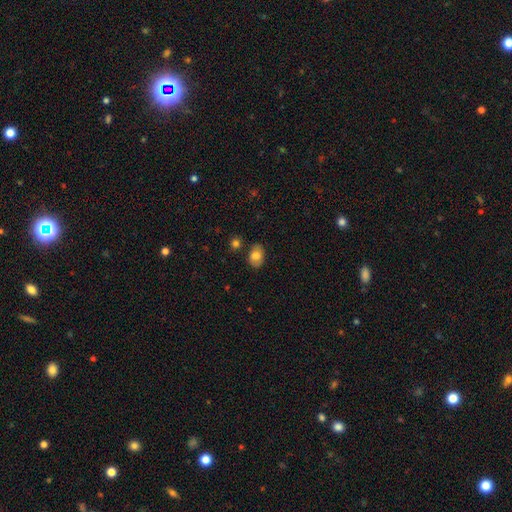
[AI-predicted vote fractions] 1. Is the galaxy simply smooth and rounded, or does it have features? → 78% smooth, 15% featured or disk, 8% star or artifact.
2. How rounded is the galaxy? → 79% in between, 20% round, 1% cigar-shaped.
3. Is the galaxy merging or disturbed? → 82% none, 12% minor disturbance, 4% merger, 2% major disturbance.